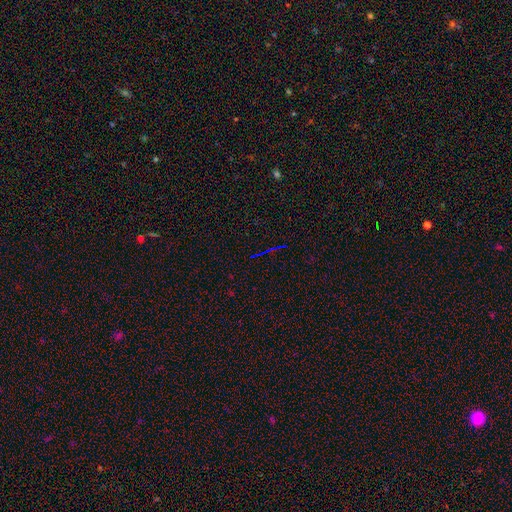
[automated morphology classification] Smooth or featured? star or artifact (76%)